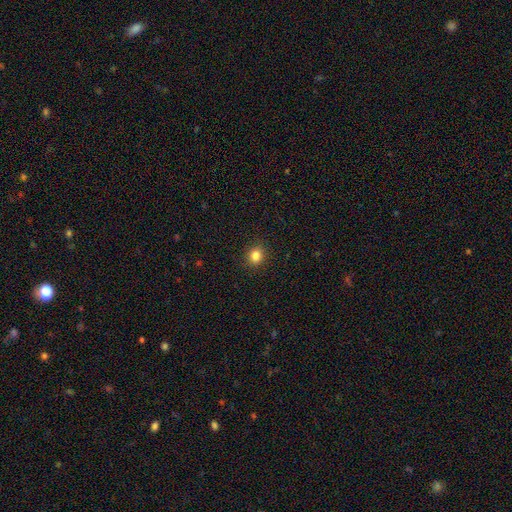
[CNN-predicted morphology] A smooth galaxy with no disk features (83%) that is round (71%).

Vote fractions:
- Smooth or featured? smooth: 83% / star or artifact: 12% / featured or disk: 5%
- How rounded? round: 71% / in between: 29% / cigar-shaped: 1%
- Merging? none: 91% / minor disturbance: 6% / major disturbance: 2% / merger: 1%